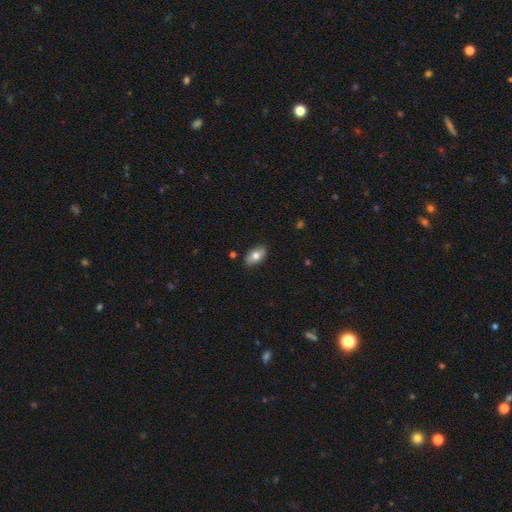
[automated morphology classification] smooth-or-featured: smooth: 71% | featured or disk: 22% | star or artifact: 7%
  how-rounded: in between: 92% | round: 5% | cigar-shaped: 4%
  merging: none: 85% | minor disturbance: 11% | major disturbance: 2% | merger: 1%